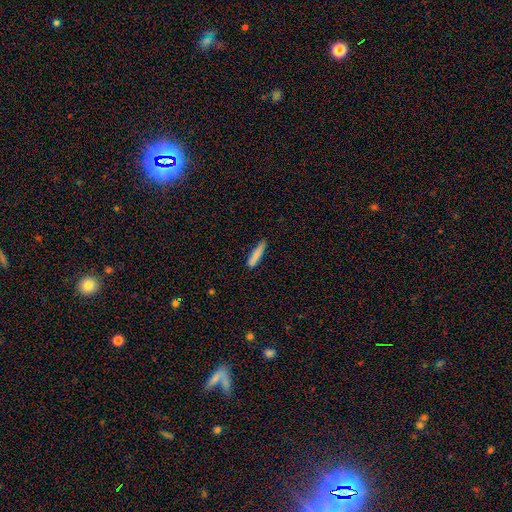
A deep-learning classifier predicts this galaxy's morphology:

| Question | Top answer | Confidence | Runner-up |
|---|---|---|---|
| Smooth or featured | smooth | 83% | featured or disk (10%) |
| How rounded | cigar-shaped | 88% | in between (11%) |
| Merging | none | 79% | minor disturbance (16%) |